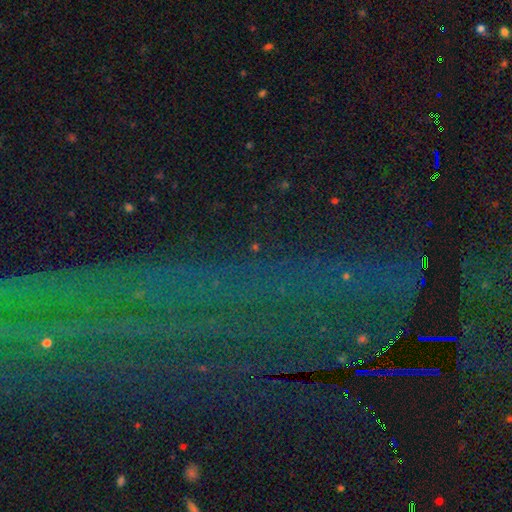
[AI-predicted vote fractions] star or artifact 79%, featured or disk 11%, smooth 10%.